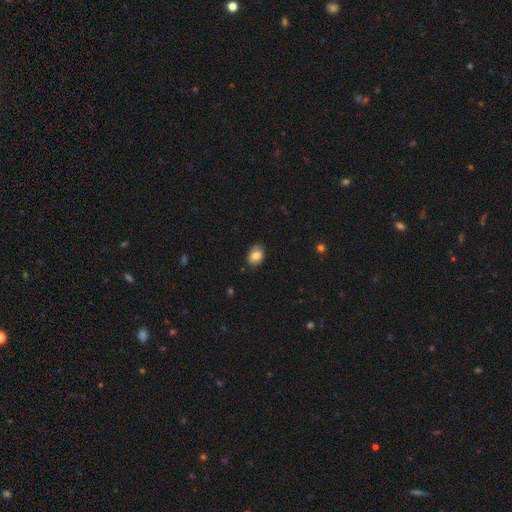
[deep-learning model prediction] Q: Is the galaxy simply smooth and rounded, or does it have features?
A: smooth — 82%.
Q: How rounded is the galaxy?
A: in between — 75%.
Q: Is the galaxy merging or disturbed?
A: none — 82%.